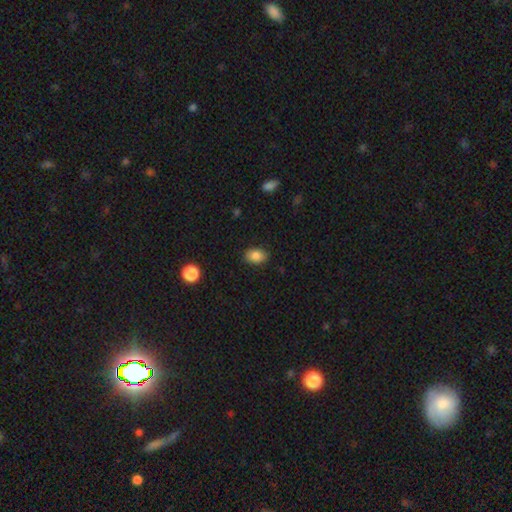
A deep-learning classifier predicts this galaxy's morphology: Smooth or featured? Predicted: smooth (p=0.85). How rounded? Predicted: in between (p=0.80). Merging? Predicted: none (p=0.86).